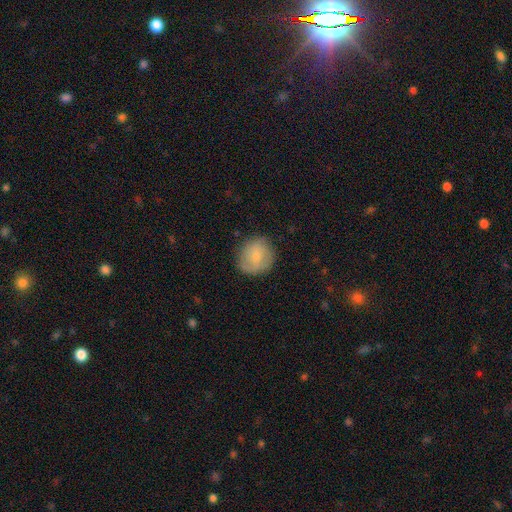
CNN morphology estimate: Smooth or featured: smooth — 76% (featured or disk — 17%)
How rounded: round — 85% (in between — 14%)
Merging: none — 79% (minor disturbance — 16%)